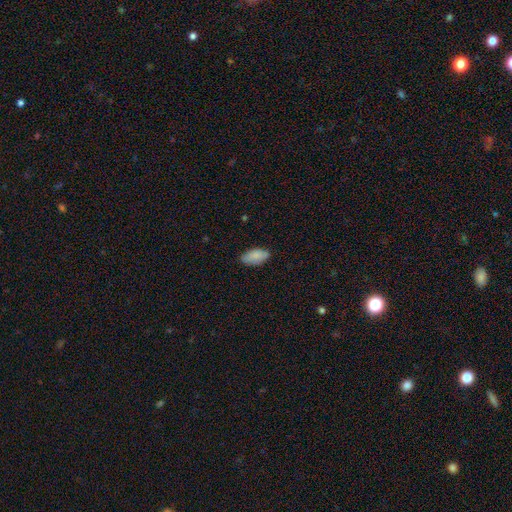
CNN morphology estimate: Smooth or featured: smooth — 85% (featured or disk — 8%)
How rounded: in between — 93% (cigar-shaped — 4%)
Merging: none — 78% (minor disturbance — 18%)